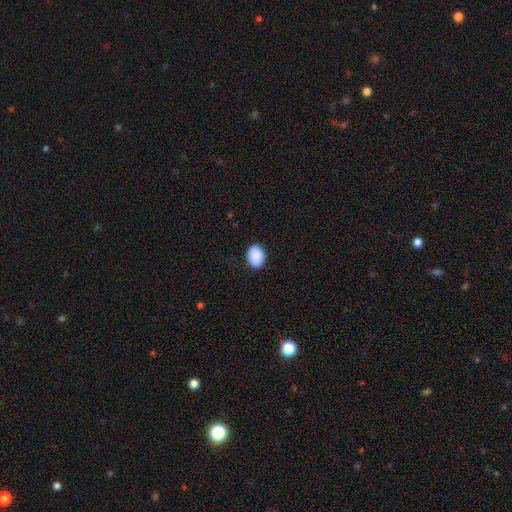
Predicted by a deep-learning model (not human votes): Overall: smooth (90%). How rounded: in between (69%; round 30%). Merging: none (87%).